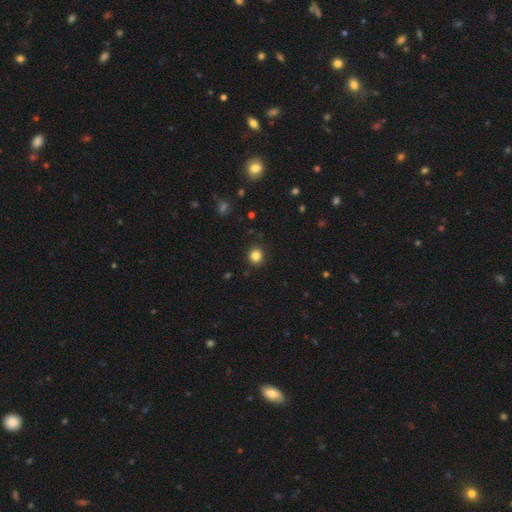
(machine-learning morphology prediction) This is clearly a smooth galaxy (84%). How rounded: clearly round (91%). Merging: clearly none (91%).